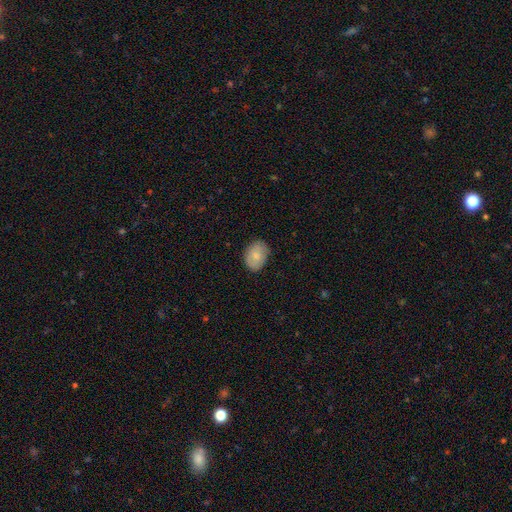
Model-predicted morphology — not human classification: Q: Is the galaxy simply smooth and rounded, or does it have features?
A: smooth — 81%.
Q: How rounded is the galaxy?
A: in between — 76%.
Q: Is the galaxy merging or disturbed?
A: none — 83%.